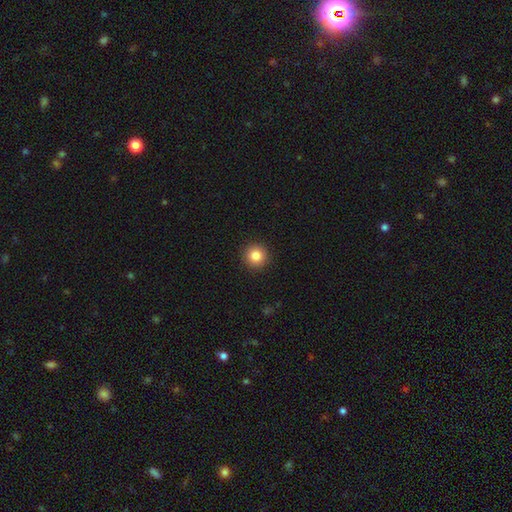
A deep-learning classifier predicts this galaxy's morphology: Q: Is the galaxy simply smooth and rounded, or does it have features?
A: smooth — 85%.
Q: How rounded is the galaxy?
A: round — 95%.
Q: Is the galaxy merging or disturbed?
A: none — 93%.